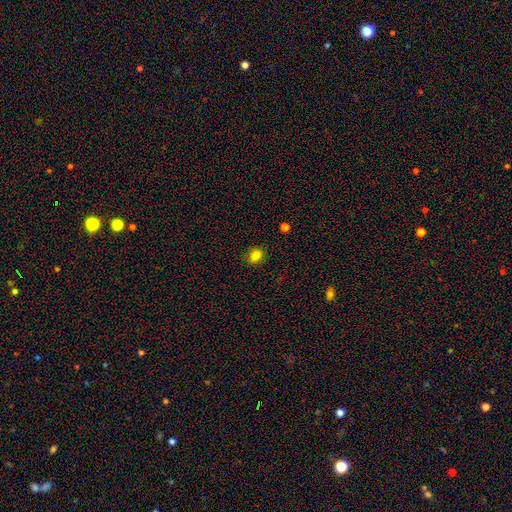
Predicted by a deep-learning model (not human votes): A smooth galaxy with no disk features (83%) that is in between round and cigar-shaped (53%). Merging: none (87%).